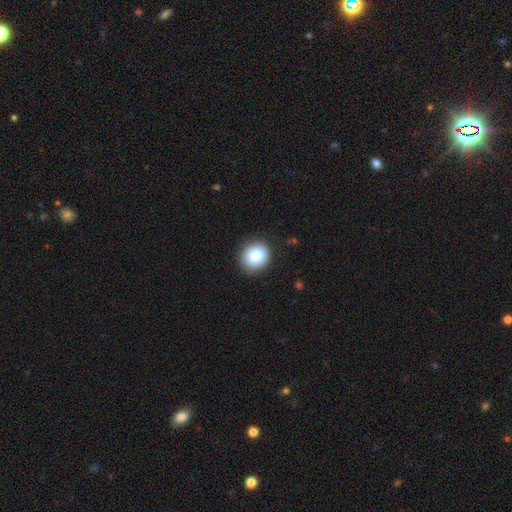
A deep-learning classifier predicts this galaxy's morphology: Smooth or featured? smooth (86%)
How rounded? round (78%)
Merging? none (88%)